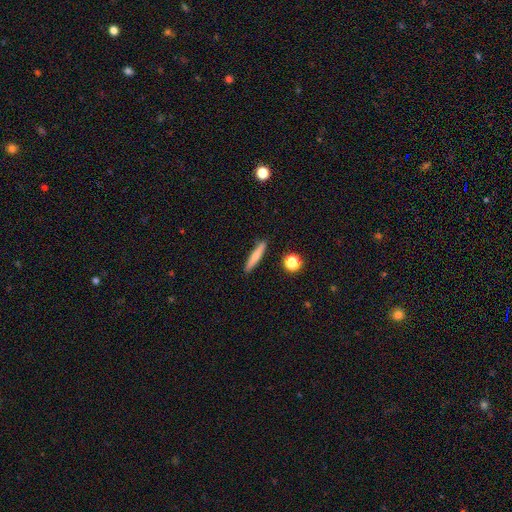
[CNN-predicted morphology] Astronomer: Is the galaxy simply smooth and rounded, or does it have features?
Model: smooth — 70%.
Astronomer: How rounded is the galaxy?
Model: cigar-shaped — 92%.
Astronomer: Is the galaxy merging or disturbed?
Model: none — 89%.